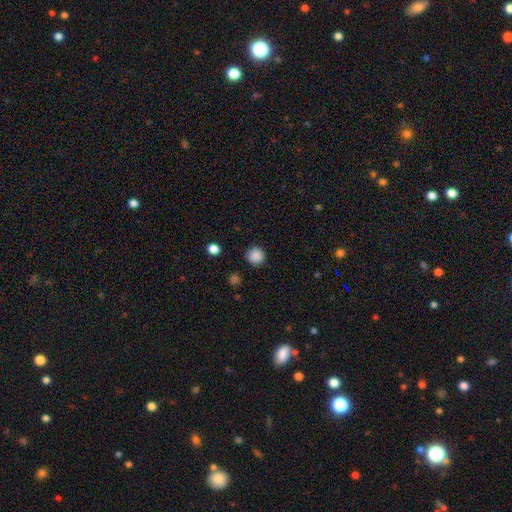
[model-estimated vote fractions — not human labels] smooth-or-featured: smooth: 87% | star or artifact: 10% | featured or disk: 3%
  how-rounded: round: 94% | in between: 5% | cigar-shaped: 1%
  merging: none: 89% | minor disturbance: 7% | major disturbance: 2% | merger: 1%